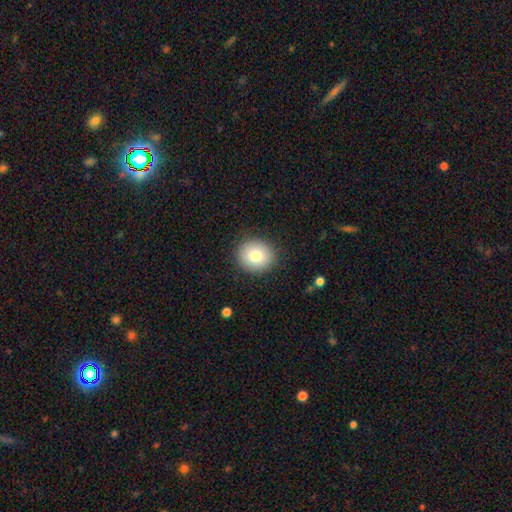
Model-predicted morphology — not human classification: This appears to be a smooth galaxy with no disk features (81%) that is round (82%). Merging: none (88%).